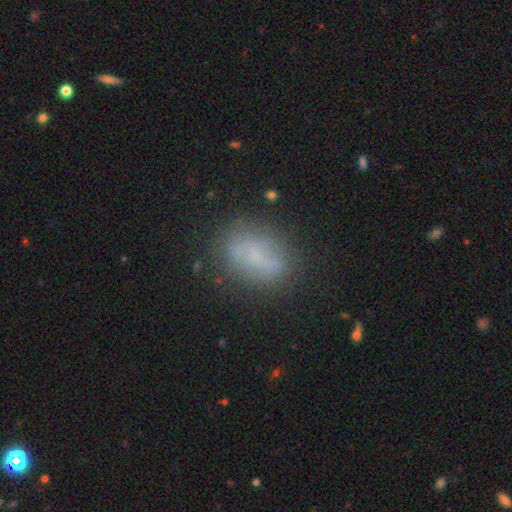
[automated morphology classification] This is possibly a smooth galaxy (55%). How rounded: clearly in between (82%). Merging: likely none (67%).